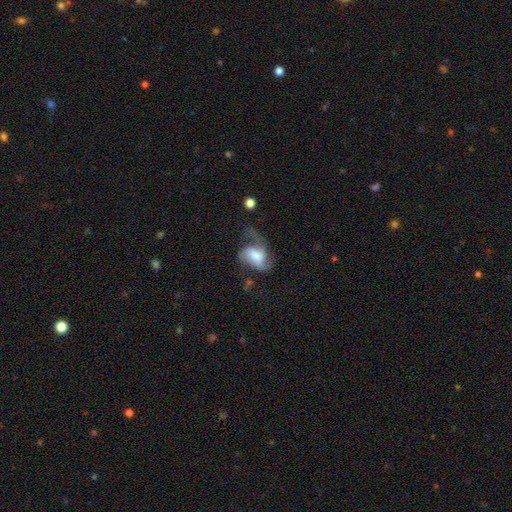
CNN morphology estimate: This appears to be a featured or disk galaxy (55%) with a weak bar (42%), spiral arms (79%) and a moderate central bulge (43%). Merging: major disturbance (47%).